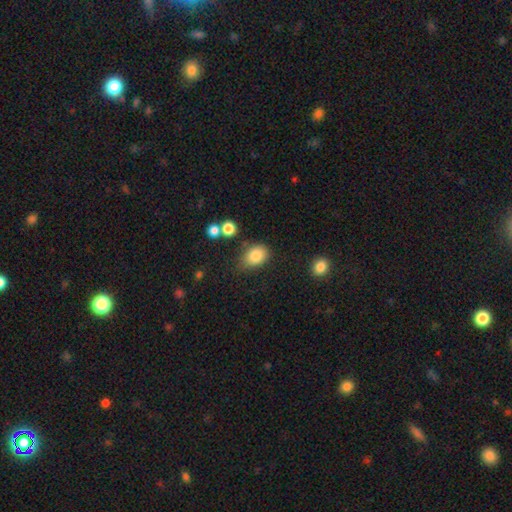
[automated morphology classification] Smooth or featured? Predicted: smooth (p=0.83). How rounded? Predicted: in between (p=0.68). Merging? Predicted: none (p=0.65).